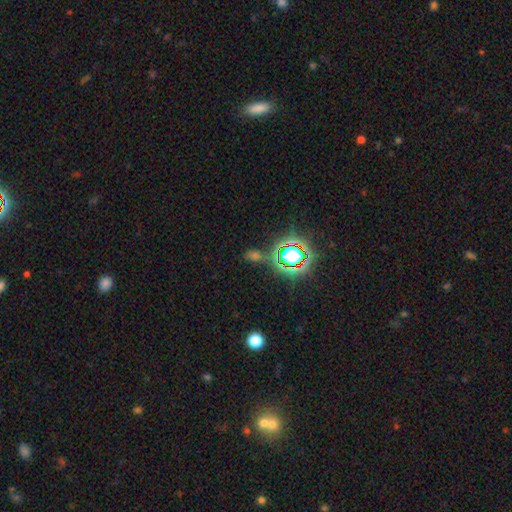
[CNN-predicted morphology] Smooth or featured?
  - star or artifact: 58% *
  - smooth: 31%
  - featured or disk: 11%